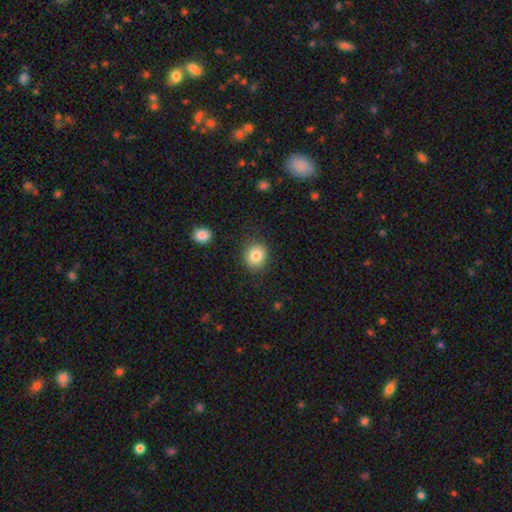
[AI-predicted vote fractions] This appears to be a smooth galaxy with no disk features (82%) that is round (81%). Merging: none (86%).